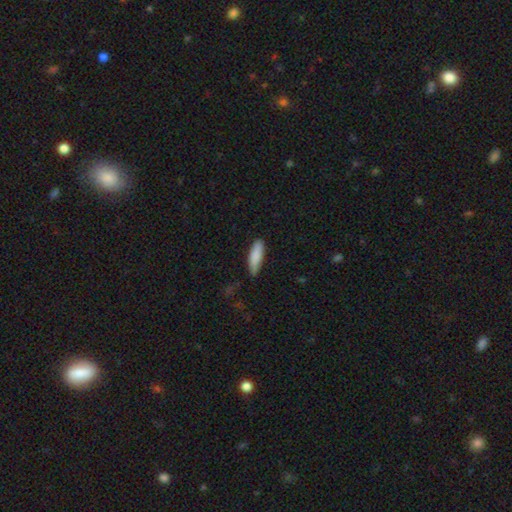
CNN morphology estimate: Q: Smooth or featured?
A: smooth (86%); runner-up: featured or disk (8%)
Q: How rounded?
A: cigar-shaped (51%); runner-up: in between (48%)
Q: Merging?
A: none (75%); runner-up: minor disturbance (20%)